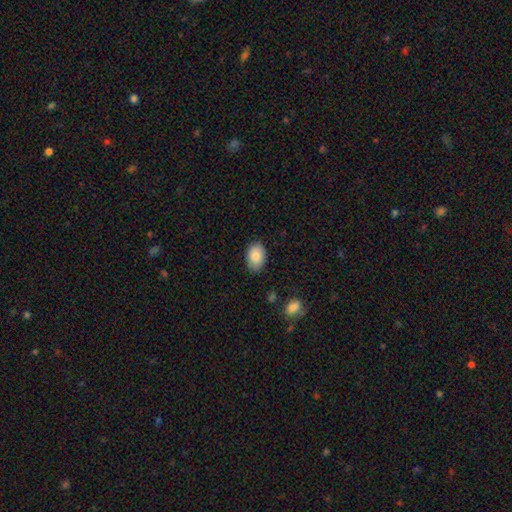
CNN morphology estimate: This is clearly a smooth galaxy (86%). How rounded: clearly in between (86%). Merging: clearly none (85%).